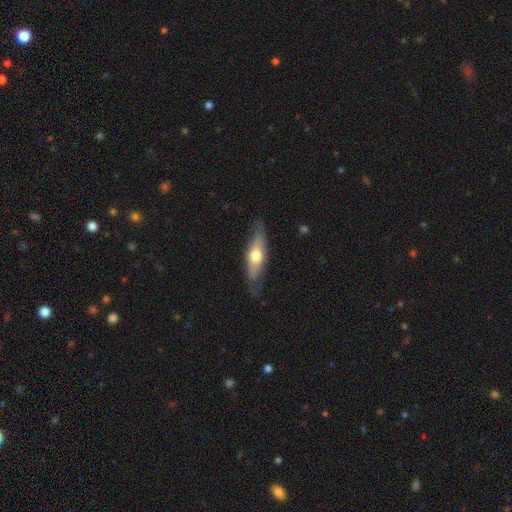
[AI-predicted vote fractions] smooth 52%, featured or disk 43%, star or artifact 5%. Down the decision tree: how rounded — cigar-shaped (49%); merging — none (74%).